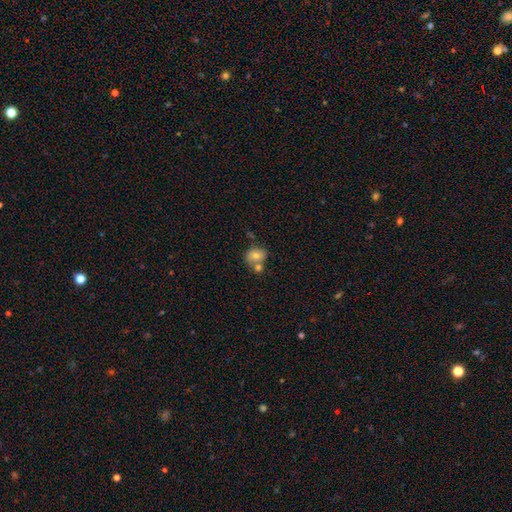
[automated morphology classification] smooth_or_featured: smooth (p=0.74) [alt: featured or disk p=0.17]
how_rounded: round (p=0.58) [alt: in between p=0.41]
merging: none (p=0.44) [alt: merger p=0.37]